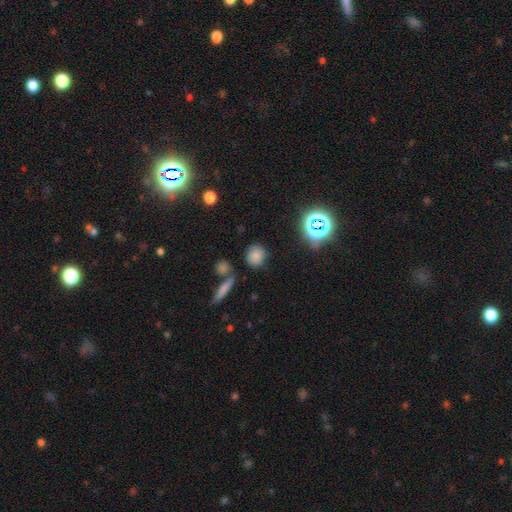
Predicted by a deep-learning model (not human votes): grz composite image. It shows a smooth galaxy with no disk features (77%) that is round (72%). Merging: none (81%).